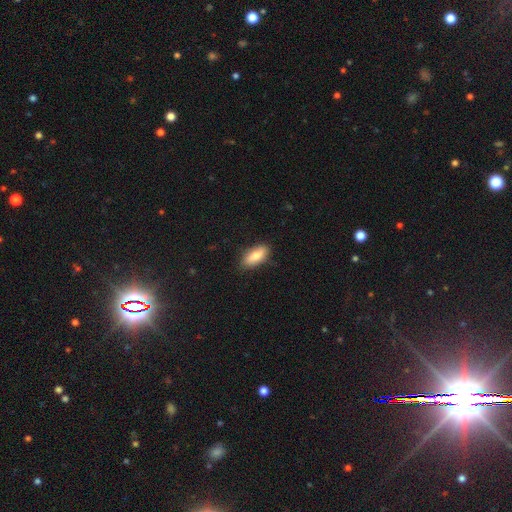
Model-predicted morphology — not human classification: A smooth galaxy with no disk features (79%) that is in between round and cigar-shaped (83%). Merging: none (83%).